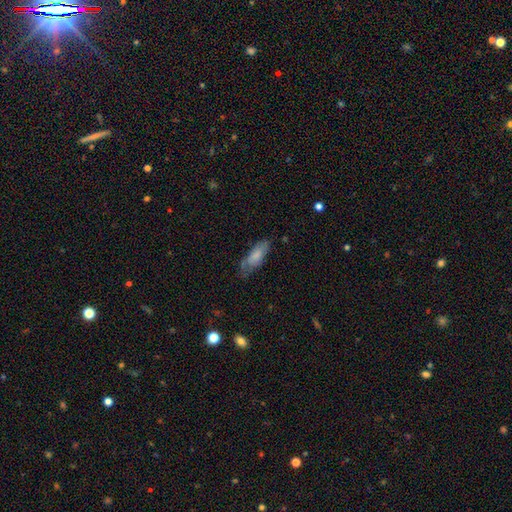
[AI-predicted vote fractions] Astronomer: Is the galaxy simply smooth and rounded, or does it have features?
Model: smooth — 71%.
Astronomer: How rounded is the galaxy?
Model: in between — 65%.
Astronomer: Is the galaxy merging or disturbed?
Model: none — 57%.